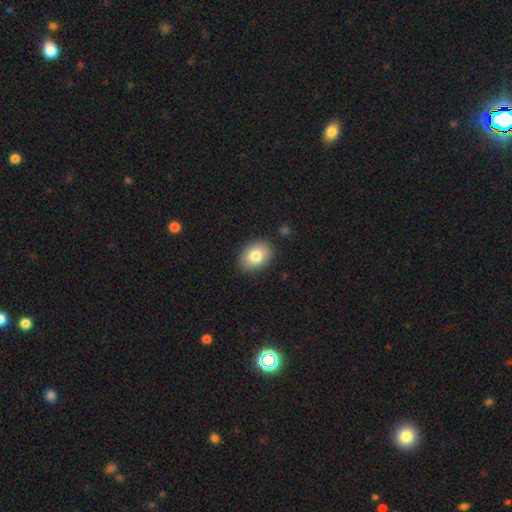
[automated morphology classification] This appears to be a smooth galaxy with no disk features (82%) that is in between round and cigar-shaped (77%). Merging: none (87%).